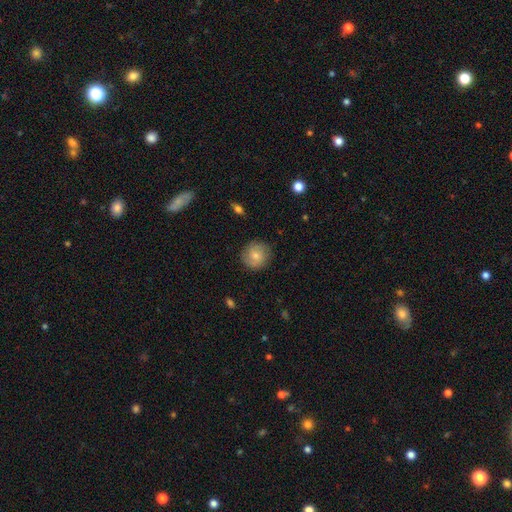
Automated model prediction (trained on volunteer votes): This appears to be a smooth galaxy with no disk features (67%) that is round (91%). Merging: none (85%).